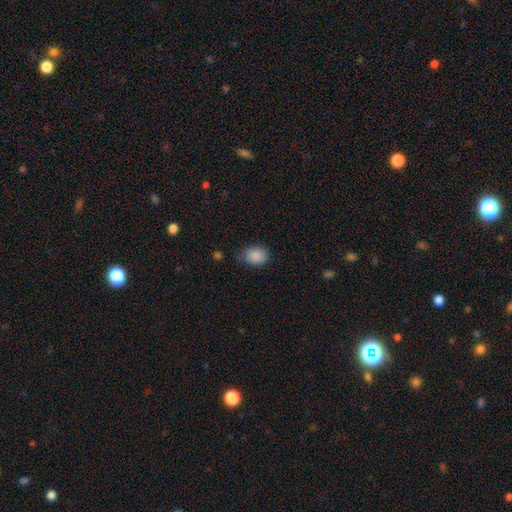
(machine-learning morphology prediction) Smooth or featured?
  - smooth: 88% *
  - star or artifact: 8%
  - featured or disk: 4%
How rounded?
  - in between: 64% *
  - round: 35%
  - cigar-shaped: 1%
Merging?
  - none: 74% *
  - minor disturbance: 21%
  - major disturbance: 4%
  - merger: 1%